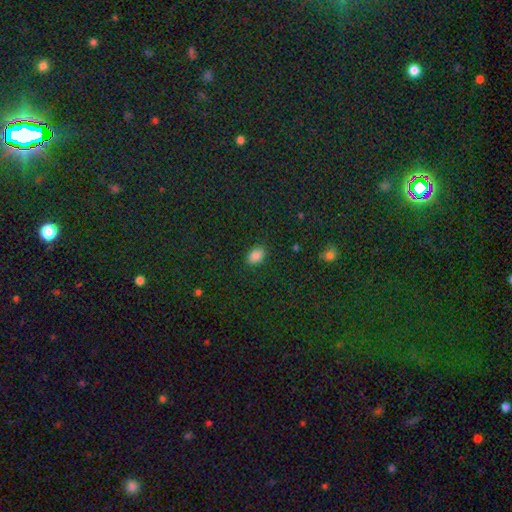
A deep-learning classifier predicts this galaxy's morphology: Smooth or featured? Predicted: smooth (p=0.85). How rounded? Predicted: in between (p=0.82). Merging? Predicted: none (p=0.88).